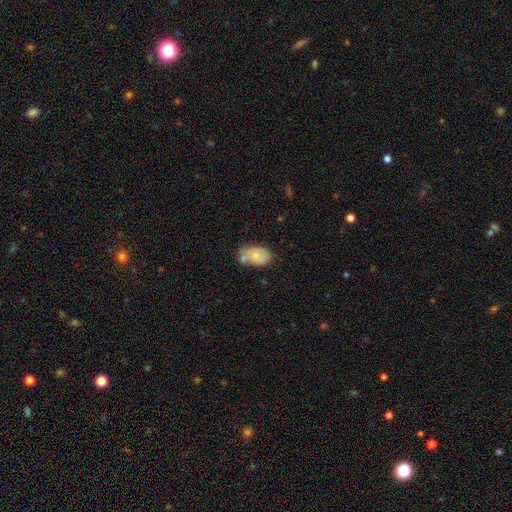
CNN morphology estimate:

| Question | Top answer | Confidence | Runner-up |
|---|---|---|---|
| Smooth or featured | smooth | 71% | featured or disk (22%) |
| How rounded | in between | 88% | round (11%) |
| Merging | none | 49% | minor disturbance (28%) |